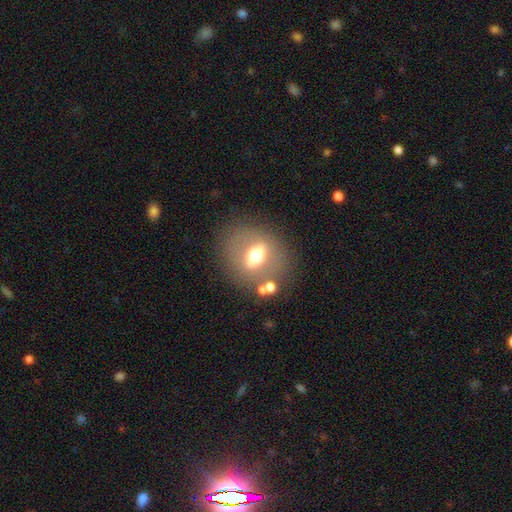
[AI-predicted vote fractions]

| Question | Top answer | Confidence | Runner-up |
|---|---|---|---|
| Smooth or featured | featured or disk | 44% | tied: smooth (44%) |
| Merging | none | 74% | minor disturbance (12%) |